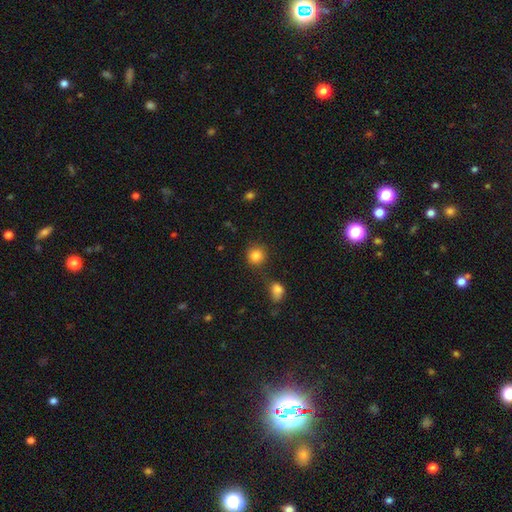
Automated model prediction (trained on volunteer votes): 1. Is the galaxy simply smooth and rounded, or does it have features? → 85% smooth, 10% star or artifact, 5% featured or disk.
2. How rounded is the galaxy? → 89% round, 10% in between, 1% cigar-shaped.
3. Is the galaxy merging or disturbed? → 77% none, 10% minor disturbance, 9% merger, 4% major disturbance.